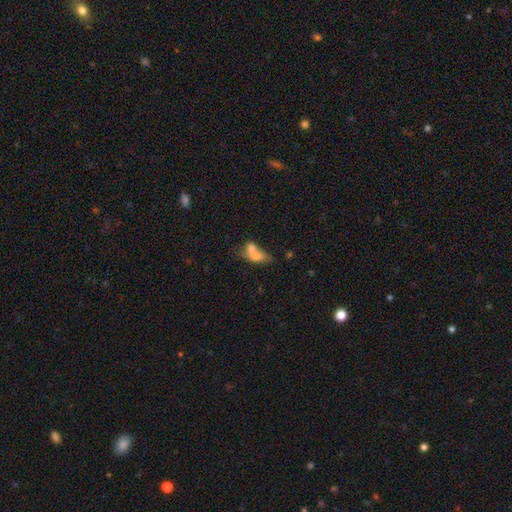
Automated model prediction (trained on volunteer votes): A smooth galaxy with no disk features (68%) that is in between round and cigar-shaped (74%).

Vote fractions:
- Smooth or featured? smooth: 68% / featured or disk: 22% / star or artifact: 9%
- How rounded? in between: 74% / round: 19% / cigar-shaped: 7%
- Merging? merger: 68% / none: 17% / minor disturbance: 8% / major disturbance: 7%